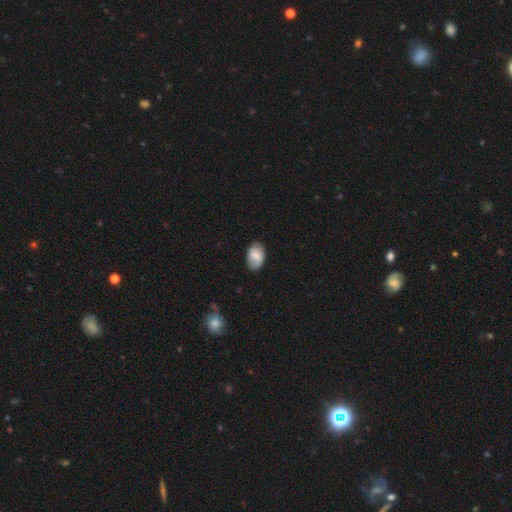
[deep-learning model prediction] smooth 78%, featured or disk 15%, star or artifact 7%. Down the decision tree: how rounded — in between (90%); merging — none (76%).